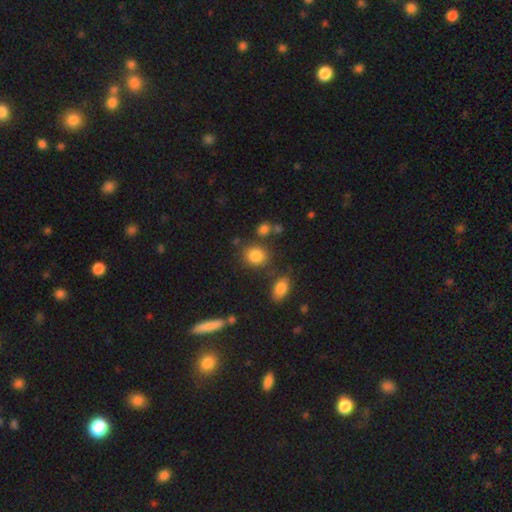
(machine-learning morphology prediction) A smooth galaxy with no disk features (84%) that is round (69%). Merging: none (75%).